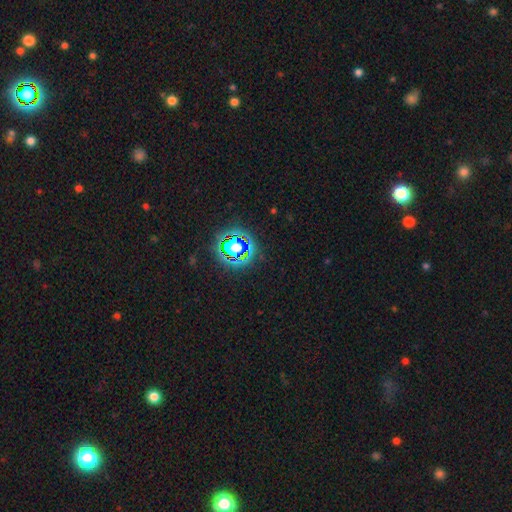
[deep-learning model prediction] star or artifact 80%, smooth 12%, featured or disk 8%.